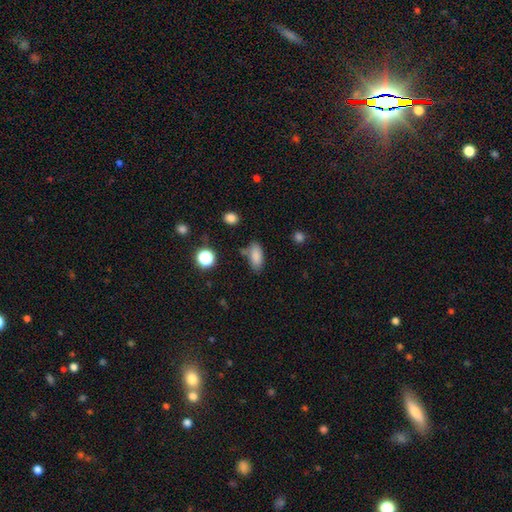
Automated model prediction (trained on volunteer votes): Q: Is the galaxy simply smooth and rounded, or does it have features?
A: smooth — 83%.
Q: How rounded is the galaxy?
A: in between — 87%.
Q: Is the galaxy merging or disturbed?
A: none — 68%.